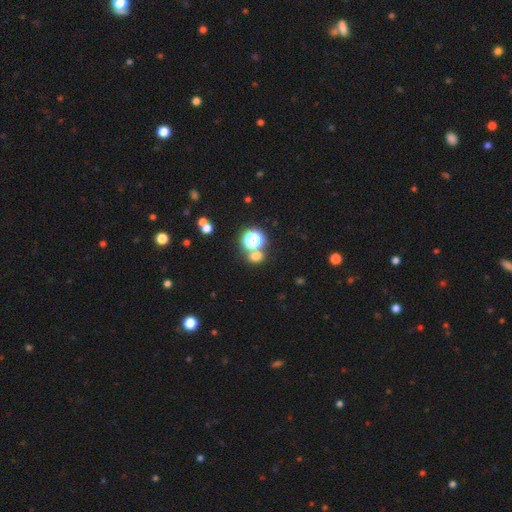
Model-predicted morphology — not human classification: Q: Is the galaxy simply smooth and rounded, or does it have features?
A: smooth — 62%.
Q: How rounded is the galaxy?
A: round — 65%.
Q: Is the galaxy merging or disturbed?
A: none — 66%.